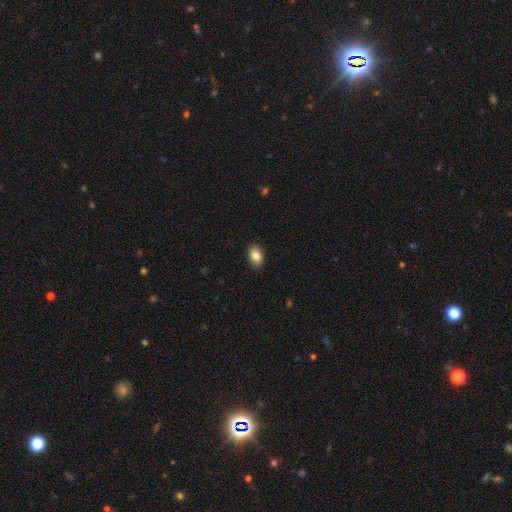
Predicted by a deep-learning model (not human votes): Smooth or featured? Predicted: smooth (p=0.86). How rounded? Predicted: in between (p=0.88). Merging? Predicted: none (p=0.88).